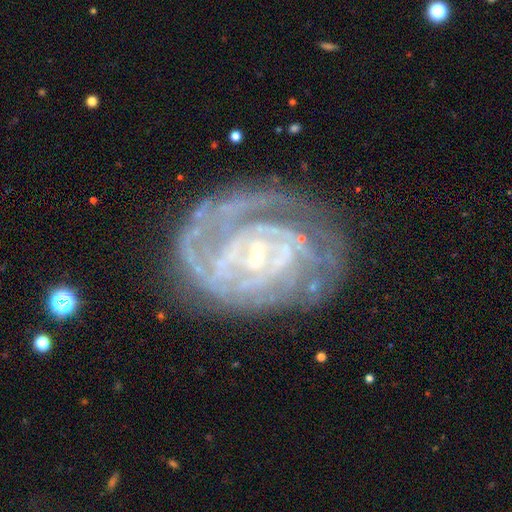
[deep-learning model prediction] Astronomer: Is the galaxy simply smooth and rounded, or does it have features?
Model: featured or disk — 87%.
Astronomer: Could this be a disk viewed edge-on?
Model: no — 97%.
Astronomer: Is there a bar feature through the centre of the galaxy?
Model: no — 45% (runner-up: weak, 39%).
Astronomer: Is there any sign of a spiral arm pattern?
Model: yes — 93%.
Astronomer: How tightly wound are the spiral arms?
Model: tight — 73%.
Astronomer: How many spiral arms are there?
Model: can't tell — 35% (runner-up: 2, 25%).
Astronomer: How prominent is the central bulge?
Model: small — 78%.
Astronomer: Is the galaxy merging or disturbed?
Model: none — 66%.